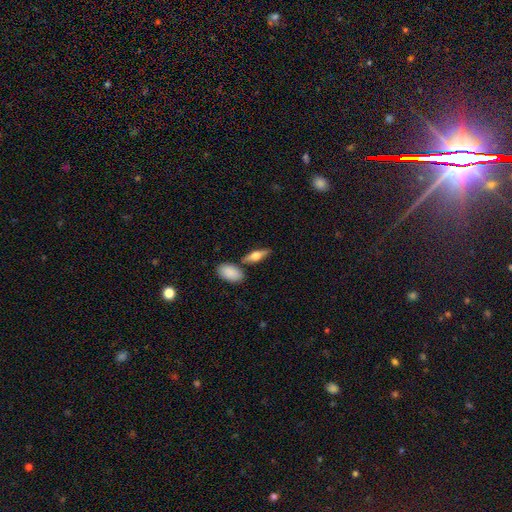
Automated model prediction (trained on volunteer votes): A featured or disk galaxy (48%).

Vote fractions:
- Smooth or featured? featured or disk: 48% / smooth: 45% / star or artifact: 7%
- Merging? none: 77% / minor disturbance: 11% / merger: 9% / major disturbance: 3%